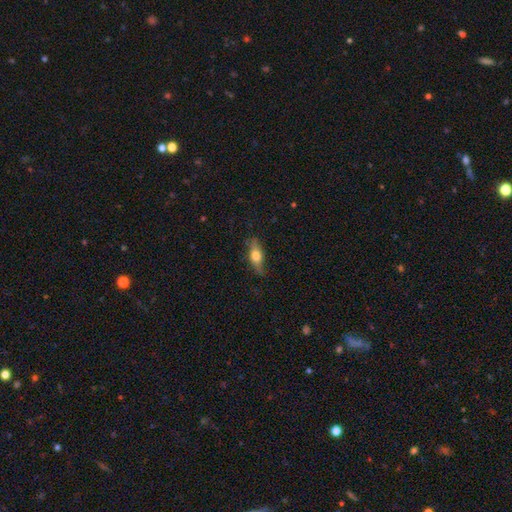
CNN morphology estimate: This appears to be a smooth galaxy with no disk features (62%) that is in between round and cigar-shaped (63%). Merging: none (74%).